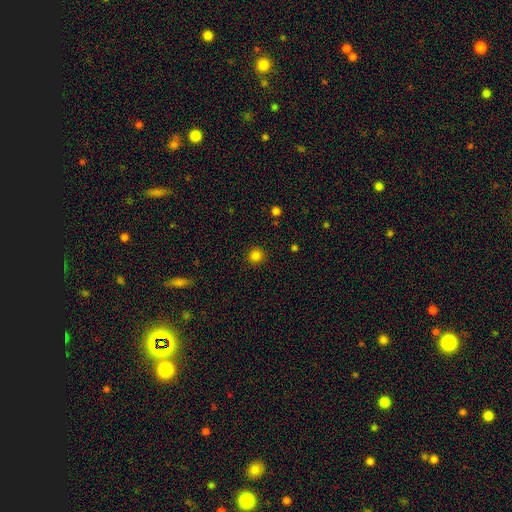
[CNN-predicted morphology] type=smooth (83%); roundness=round (93%); merging=none (91%).